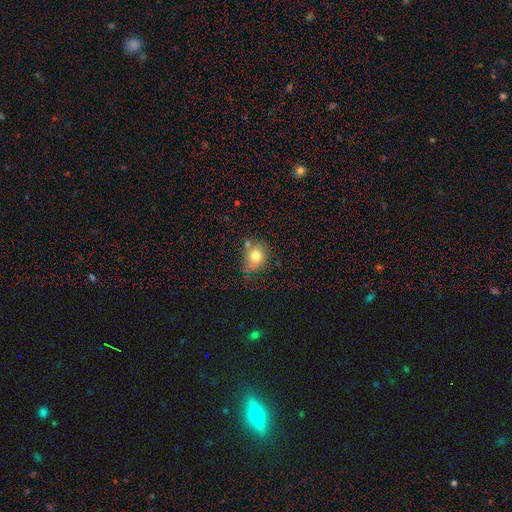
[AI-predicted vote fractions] smooth_or_featured: smooth (p=0.76) [alt: featured or disk p=0.12]
how_rounded: round (p=0.58) [alt: in between p=0.41]
merging: none (p=0.53) [alt: minor disturbance p=0.28]